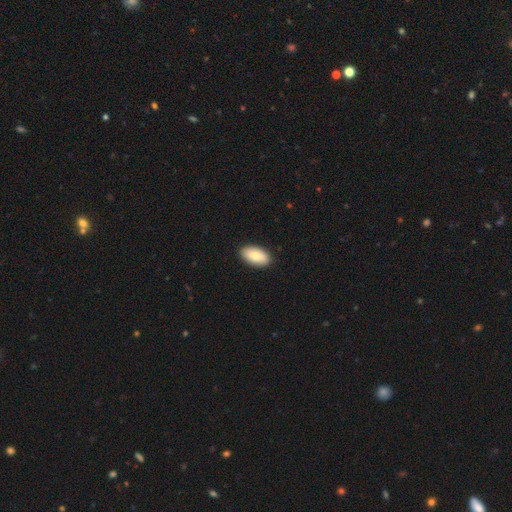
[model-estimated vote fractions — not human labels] Smooth or featured? smooth (81%)
How rounded? in between (94%)
Merging? none (90%)